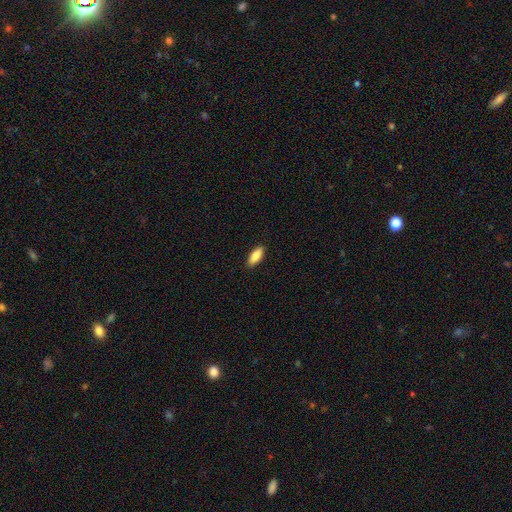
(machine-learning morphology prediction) smooth 85%, featured or disk 9%, star or artifact 6%. Down the decision tree: how rounded — in between (74%); merging — none (90%).